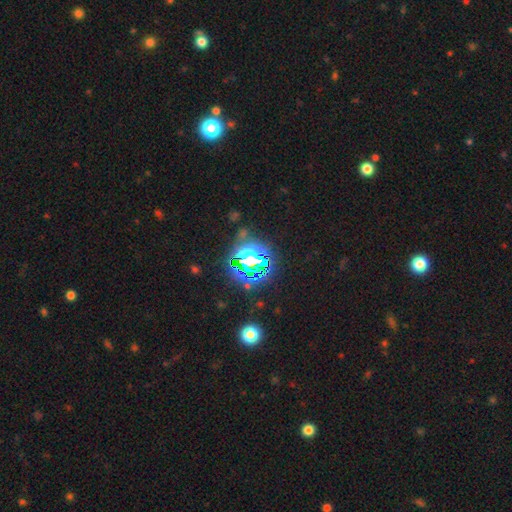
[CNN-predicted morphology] Overall: star or artifact (78%).